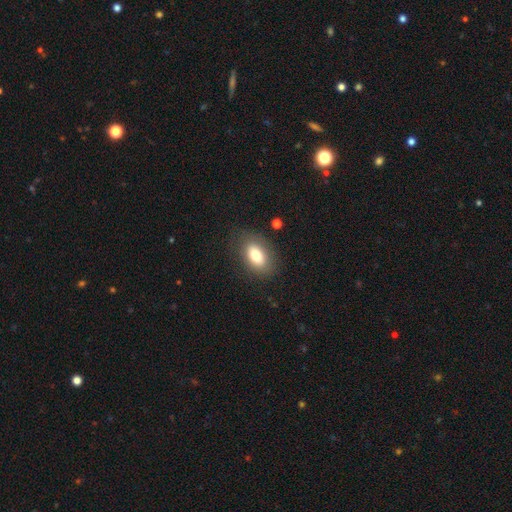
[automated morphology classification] A smooth galaxy with no disk features (78%) that is in between round and cigar-shaped (89%).

Vote fractions:
- Smooth or featured? smooth: 78% / featured or disk: 14% / star or artifact: 8%
- How rounded? in between: 89% / round: 8% / cigar-shaped: 3%
- Merging? none: 81% / minor disturbance: 13% / major disturbance: 5% / merger: 1%